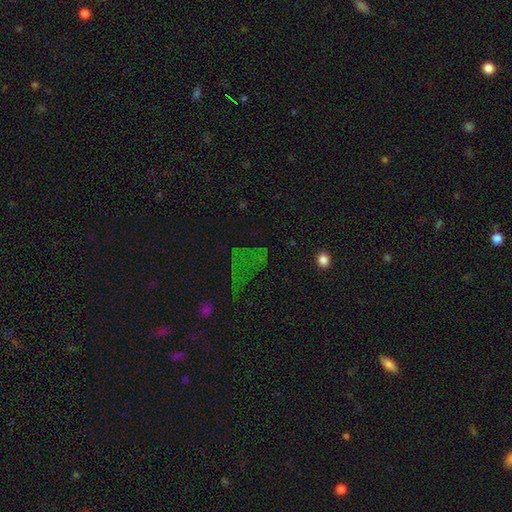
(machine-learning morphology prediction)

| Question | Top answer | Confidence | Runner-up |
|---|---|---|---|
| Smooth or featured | star or artifact | 56% | smooth (26%) |